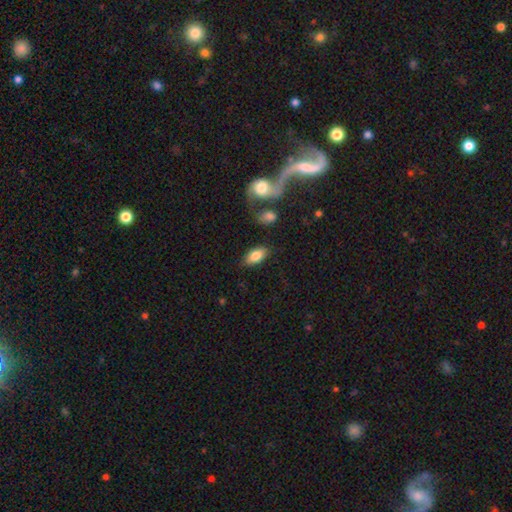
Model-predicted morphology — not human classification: Smooth or featured? Predicted: smooth (p=0.80). How rounded? Predicted: in between (p=0.91). Merging? Predicted: none (p=0.79).